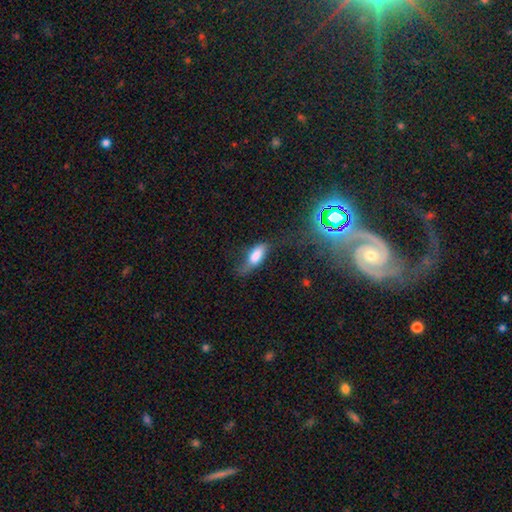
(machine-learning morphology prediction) A smooth galaxy with no disk features (69%) that is in between round and cigar-shaped (79%). Merging: none (34%).